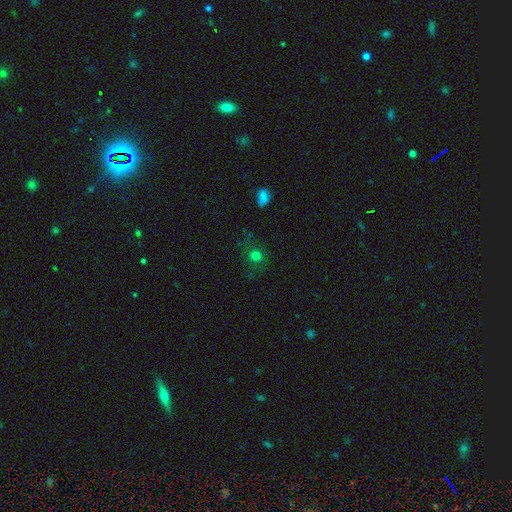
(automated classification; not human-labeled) smooth 70%, star or artifact 22%, featured or disk 9%. Down the decision tree: how rounded — round (86%); merging — none (78%).